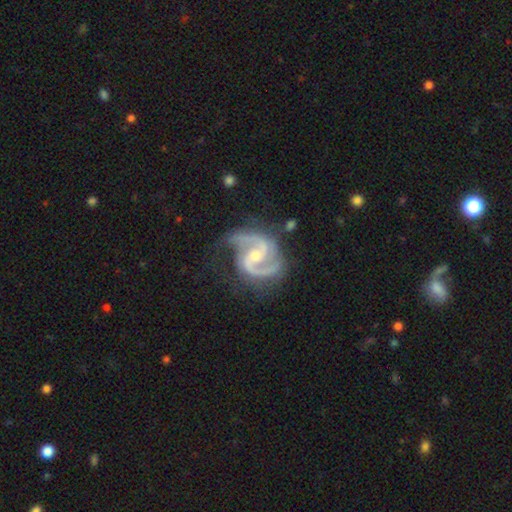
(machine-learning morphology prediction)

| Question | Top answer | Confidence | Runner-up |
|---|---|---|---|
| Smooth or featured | featured or disk | 93% | star or artifact (4%) |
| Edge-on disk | no | 98% | yes (2%) |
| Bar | weak | 48% | no (32%) |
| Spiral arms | yes | 99% | no (1%) |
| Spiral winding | medium | 64% | tight (22%) |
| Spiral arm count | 2 | 90% | 3 (4%) |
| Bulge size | small | 49% | moderate (47%) |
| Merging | none | 66% | minor disturbance (22%) |